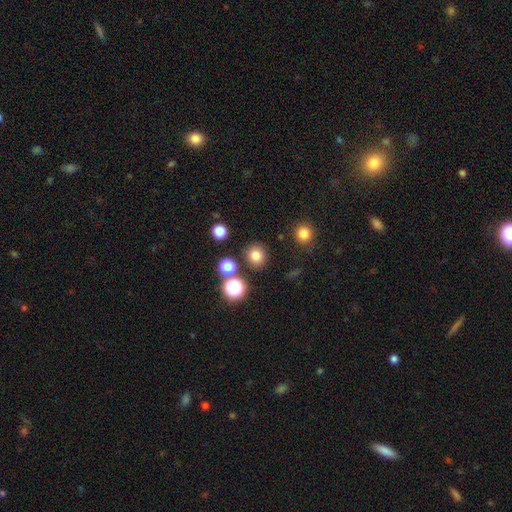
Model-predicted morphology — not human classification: Overall: smooth (78%). How rounded: round (87%). Merging: none (84%).